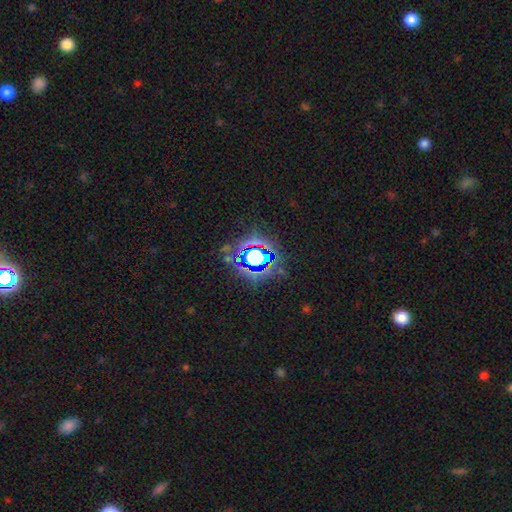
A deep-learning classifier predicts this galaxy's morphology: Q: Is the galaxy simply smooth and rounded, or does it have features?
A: star or artifact — 78%.